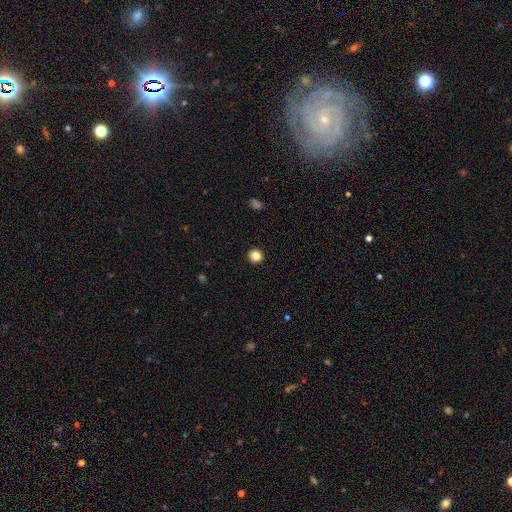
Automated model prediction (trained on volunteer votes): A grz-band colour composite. It shows a smooth galaxy with no disk features (85%) that is round (94%). Merging: none (93%).